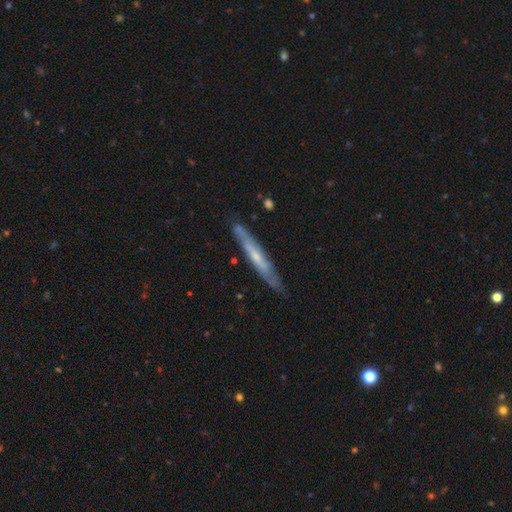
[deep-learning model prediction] smooth_or_featured: featured or disk (p=0.63) [alt: smooth p=0.32]
disk_edge_on: yes (p=0.78) [alt: no p=0.22]
merging: none (p=0.81) [alt: minor disturbance p=0.15]